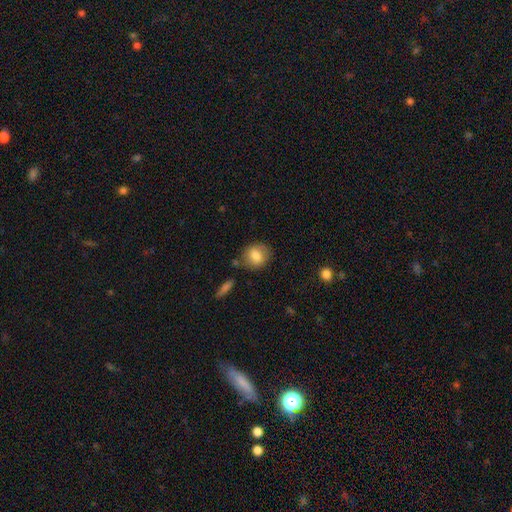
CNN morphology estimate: Smooth or featured?
  - smooth: 79% *
  - featured or disk: 13%
  - star or artifact: 8%
How rounded?
  - round: 61% *
  - in between: 38%
  - cigar-shaped: 1%
Merging?
  - none: 75% *
  - minor disturbance: 16%
  - merger: 5%
  - major disturbance: 4%